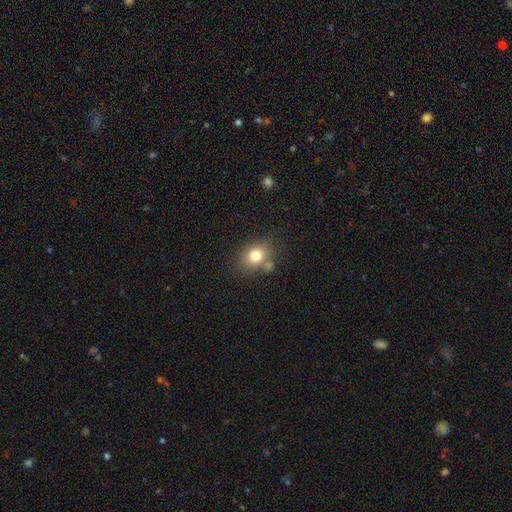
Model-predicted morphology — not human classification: Overall: smooth (78%). How rounded: round (51%; in between 48%). Merging: none (65%).